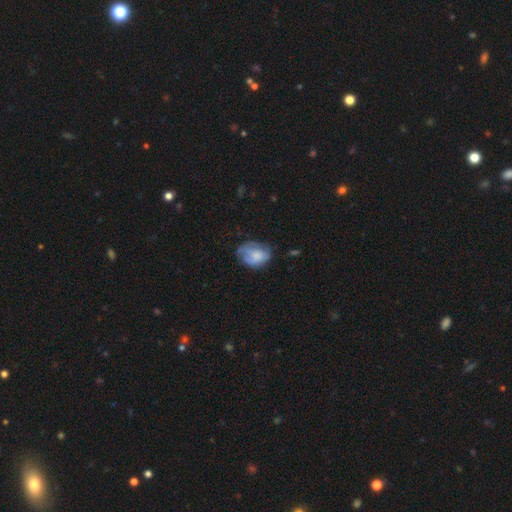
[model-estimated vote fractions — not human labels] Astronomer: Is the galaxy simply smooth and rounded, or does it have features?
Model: smooth — 61%.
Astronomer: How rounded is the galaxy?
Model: in between — 72%.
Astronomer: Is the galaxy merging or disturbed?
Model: none — 49% (runner-up: minor disturbance, 32%).